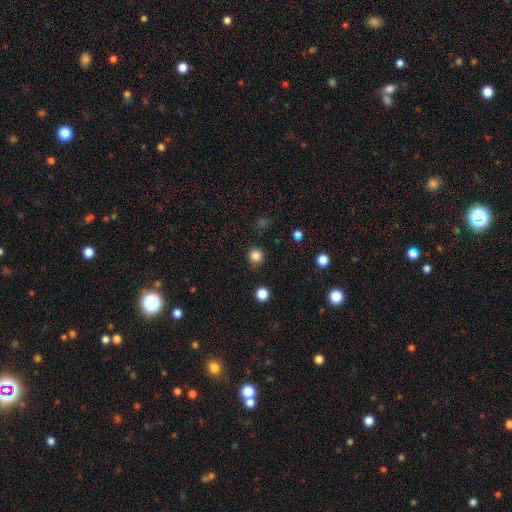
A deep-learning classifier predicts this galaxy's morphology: smooth-or-featured: smooth: 83% | star or artifact: 13% | featured or disk: 4%
  how-rounded: round: 92% | in between: 7% | cigar-shaped: 1%
  merging: none: 85% | minor disturbance: 10% | major disturbance: 3% | merger: 2%